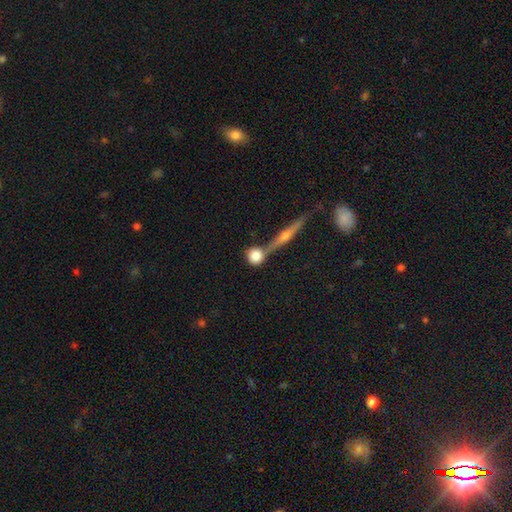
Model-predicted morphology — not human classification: smooth-or-featured: smooth: 77% | featured or disk: 14% | star or artifact: 9%
  how-rounded: round: 90% | in between: 7% | cigar-shaped: 3%
  merging: none: 63% | merger: 22% | minor disturbance: 11% | major disturbance: 4%